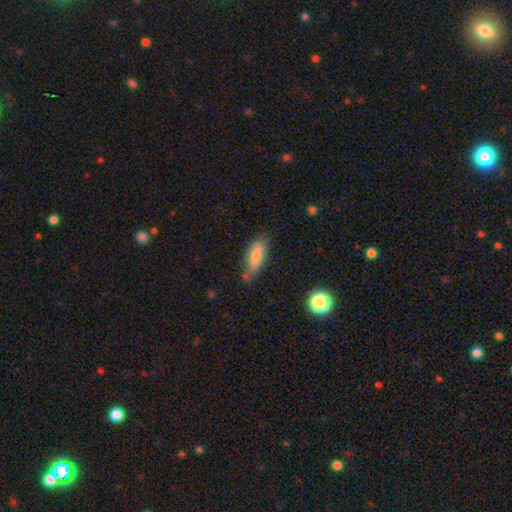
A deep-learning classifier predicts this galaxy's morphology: This is likely a smooth galaxy (72%). How rounded: possibly in between (55%). Merging: likely none (67%).